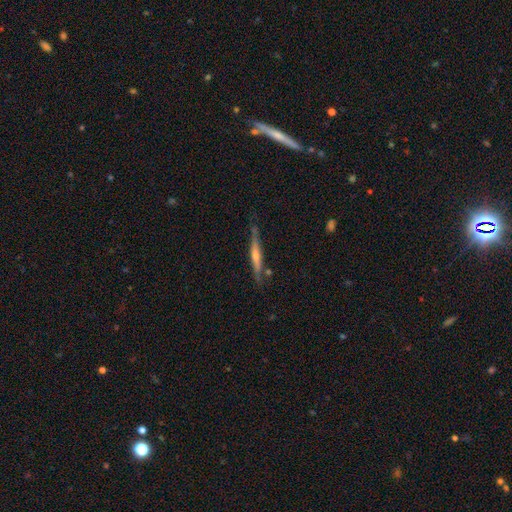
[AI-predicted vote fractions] Overall: featured or disk (74%). Edge-on disk: yes (96%). Edge-on bulge: rounded (72%). Merging: none (79%).